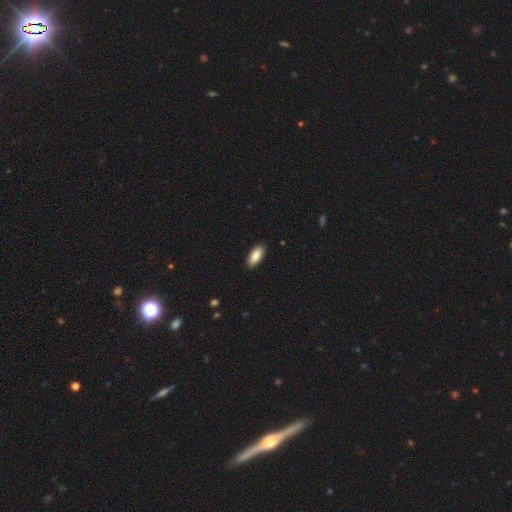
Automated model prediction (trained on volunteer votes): smooth_or_featured: smooth (p=0.86) [alt: featured or disk p=0.07]
how_rounded: in between (p=0.87) [alt: cigar-shaped p=0.11]
merging: none (p=0.90) [alt: minor disturbance p=0.08]